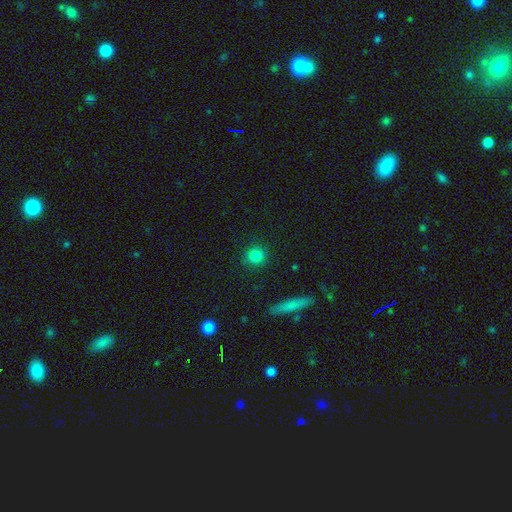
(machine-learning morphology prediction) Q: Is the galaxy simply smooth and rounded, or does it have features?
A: smooth — 83%.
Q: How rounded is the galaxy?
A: round — 93%.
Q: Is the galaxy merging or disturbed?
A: none — 89%.